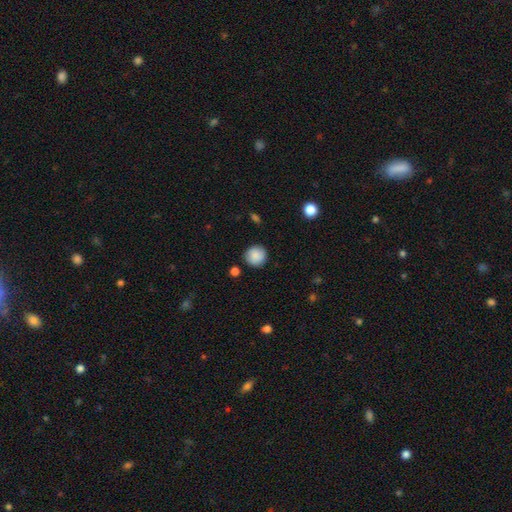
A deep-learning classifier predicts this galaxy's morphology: Q: Smooth or featured?
A: smooth (87%); runner-up: star or artifact (8%)
Q: How rounded?
A: round (93%); runner-up: in between (6%)
Q: Merging?
A: none (88%); runner-up: minor disturbance (8%)